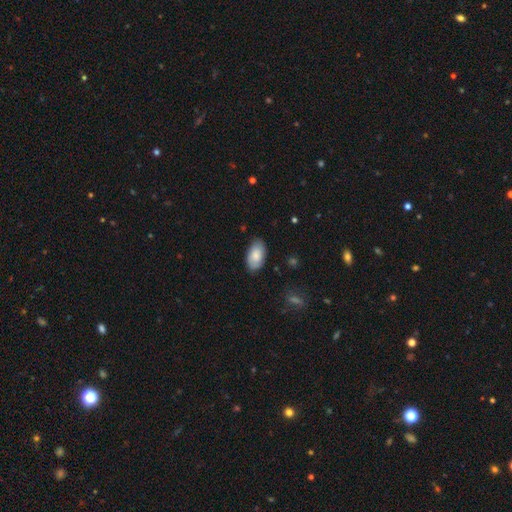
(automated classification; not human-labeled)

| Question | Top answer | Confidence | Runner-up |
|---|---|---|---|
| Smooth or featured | smooth | 80% | featured or disk (14%) |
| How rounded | in between | 95% | round (3%) |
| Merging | none | 80% | minor disturbance (16%) |